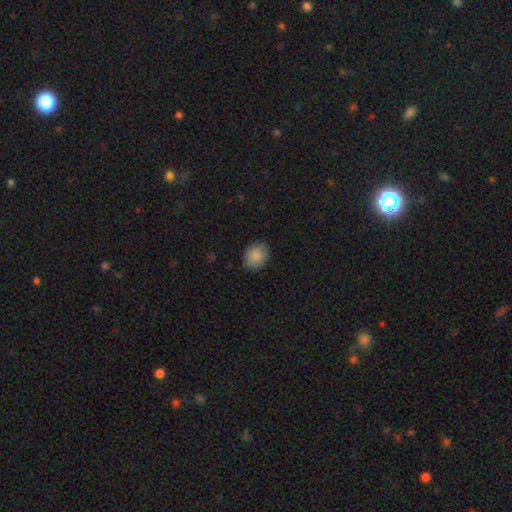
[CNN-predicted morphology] smooth_or_featured: smooth (p=0.88) [alt: star or artifact p=0.08]
how_rounded: round (p=0.50) [alt: in between p=0.49]
merging: none (p=0.84) [alt: minor disturbance p=0.13]